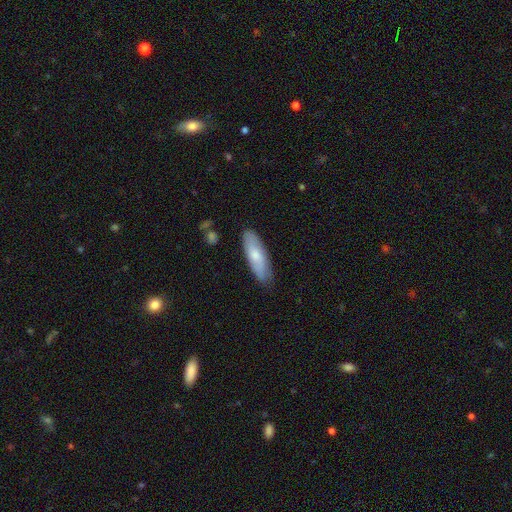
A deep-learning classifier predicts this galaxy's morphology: The model was most divided on "how rounded" (2-way tie): in between: 49%, cigar-shaped: 49%, round: 2%. More confident: merging — none (81%); smooth or featured — smooth (69%).